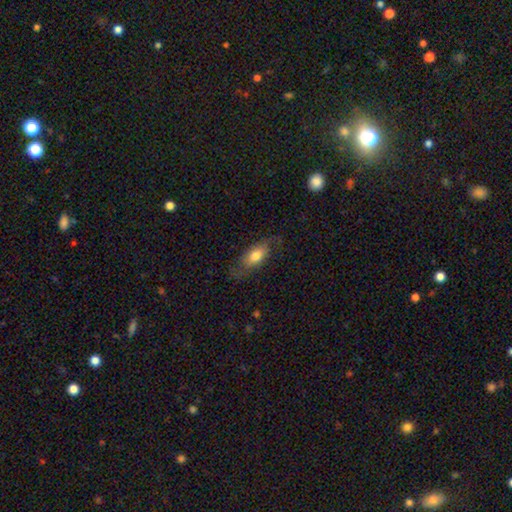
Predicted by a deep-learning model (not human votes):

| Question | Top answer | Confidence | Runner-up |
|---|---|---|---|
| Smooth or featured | smooth | 61% | featured or disk (32%) |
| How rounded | in between | 82% | cigar-shaped (12%) |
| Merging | none | 63% | minor disturbance (23%) |